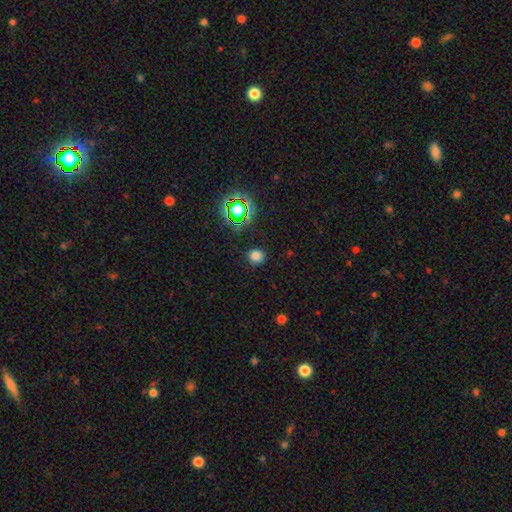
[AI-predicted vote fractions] This is likely a smooth galaxy (74%). How rounded: clearly round (89%). Merging: clearly none (88%).